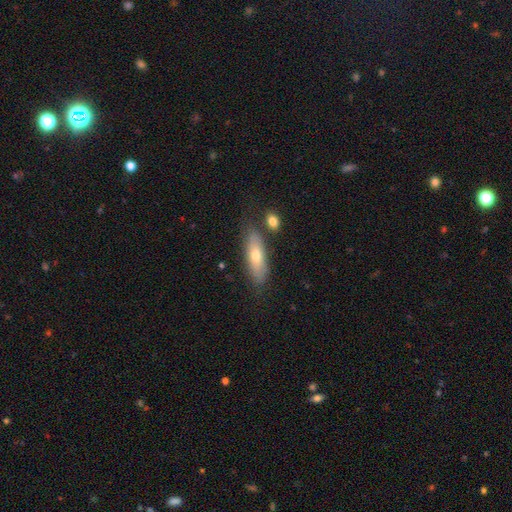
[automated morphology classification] The model was most divided on "how rounded": in between: 50%, cigar-shaped: 47%, round: 3%. More confident: merging — none (75%); smooth or featured — smooth (62%).